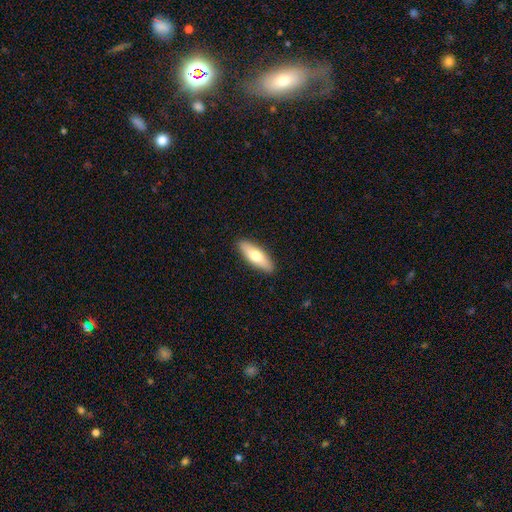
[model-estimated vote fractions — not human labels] smooth_or_featured: smooth (p=0.69) [alt: featured or disk p=0.26]
how_rounded: in between (p=0.55) [alt: cigar-shaped p=0.43]
merging: none (p=0.90) [alt: minor disturbance p=0.07]